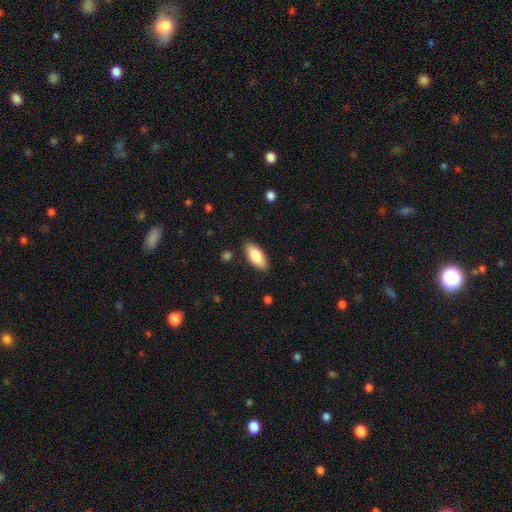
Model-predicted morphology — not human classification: Smooth or featured?
  - smooth: 81% *
  - featured or disk: 13%
  - star or artifact: 6%
How rounded?
  - in between: 88% *
  - cigar-shaped: 10%
  - round: 2%
Merging?
  - none: 87% *
  - minor disturbance: 10%
  - major disturbance: 2%
  - merger: 1%